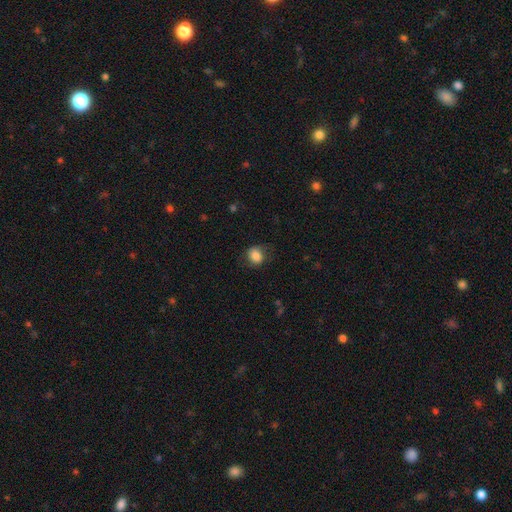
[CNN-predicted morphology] Smooth or featured? Predicted: smooth (p=0.83). How rounded? Predicted: round (p=0.60). Merging? Predicted: none (p=0.69).